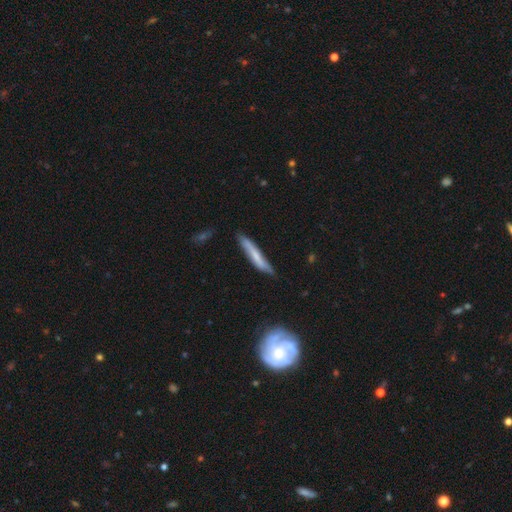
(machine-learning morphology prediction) Q: Smooth or featured?
A: smooth (56%); runner-up: featured or disk (38%)
Q: How rounded?
A: cigar-shaped (92%); runner-up: in between (7%)
Q: Merging?
A: none (72%); runner-up: minor disturbance (21%)